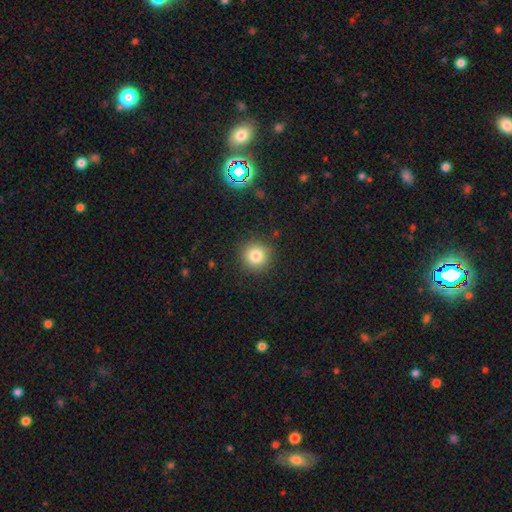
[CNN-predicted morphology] The model was most divided on "smooth or featured": smooth: 81%, star or artifact: 12%, featured or disk: 7%. More confident: how rounded — round (94%); merging — none (90%).